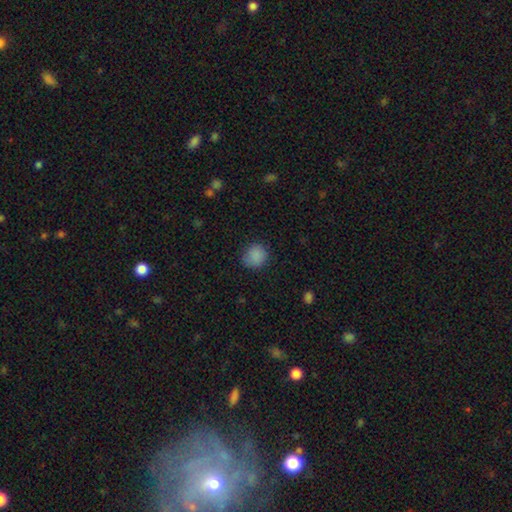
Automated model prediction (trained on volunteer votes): Smooth or featured?
  - smooth: 86% *
  - star or artifact: 10%
  - featured or disk: 4%
How rounded?
  - round: 79% *
  - in between: 20%
  - cigar-shaped: 1%
Merging?
  - none: 80% *
  - minor disturbance: 15%
  - major disturbance: 4%
  - merger: 1%